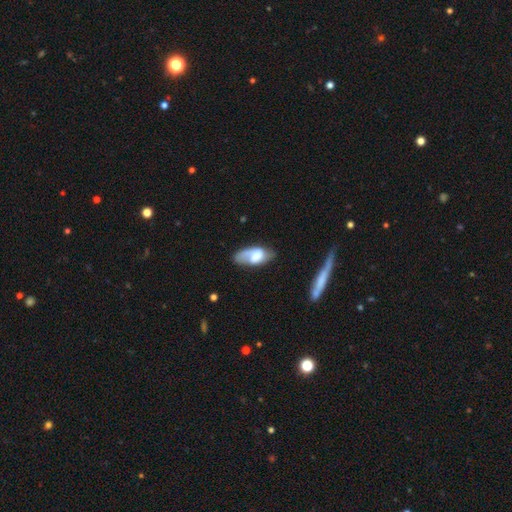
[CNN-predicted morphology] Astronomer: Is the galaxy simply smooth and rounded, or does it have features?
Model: smooth — 48% (runner-up: featured or disk, 45%).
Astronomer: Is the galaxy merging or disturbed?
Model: none — 48% (runner-up: minor disturbance, 29%).